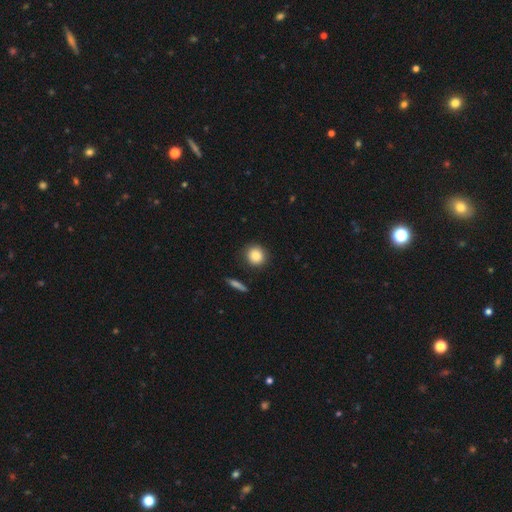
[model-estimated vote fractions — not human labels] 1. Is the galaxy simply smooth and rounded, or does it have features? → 86% smooth, 8% star or artifact, 6% featured or disk.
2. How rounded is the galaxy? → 90% round, 9% in between, 1% cigar-shaped.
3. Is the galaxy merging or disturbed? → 88% none, 7% minor disturbance, 2% major disturbance, 2% merger.